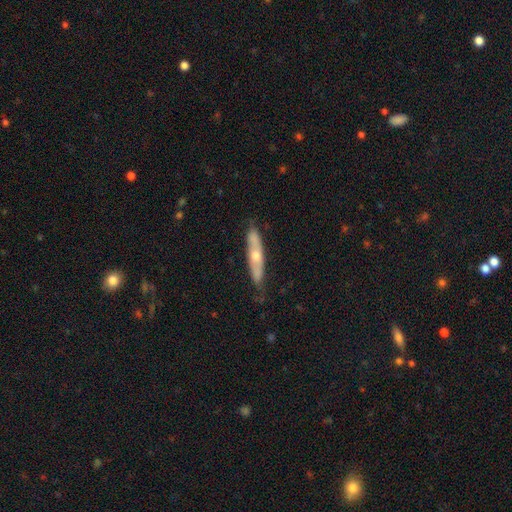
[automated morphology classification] The model was most divided on "smooth or featured": featured or disk: 54%, smooth: 40%, star or artifact: 6%. More confident: merging — none (76%); edge-on disk — yes (63%).